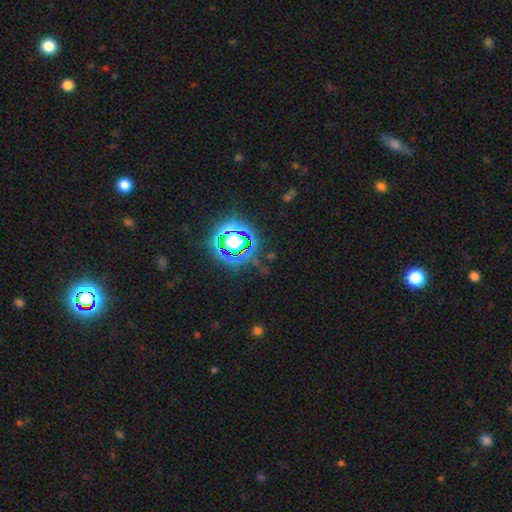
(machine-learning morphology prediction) Smooth or featured? Predicted: star or artifact (p=0.79).